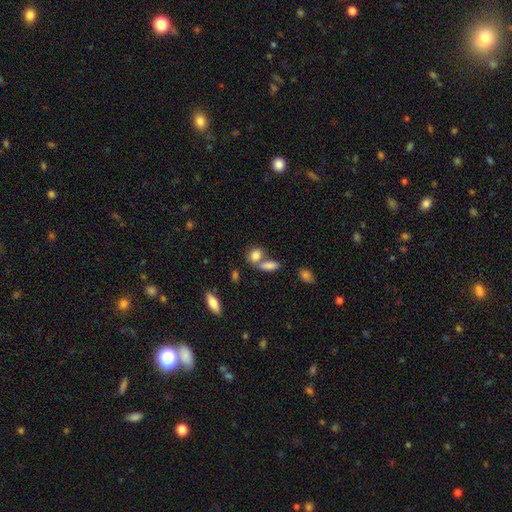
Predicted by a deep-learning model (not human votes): A smooth galaxy with no disk features (83%) that is in between round and cigar-shaped (66%).

Vote fractions:
- Smooth or featured? smooth: 83% / star or artifact: 9% / featured or disk: 8%
- How rounded? in between: 66% / round: 29% / cigar-shaped: 5%
- Merging? none: 45% / merger: 40% / minor disturbance: 11% / major disturbance: 4%